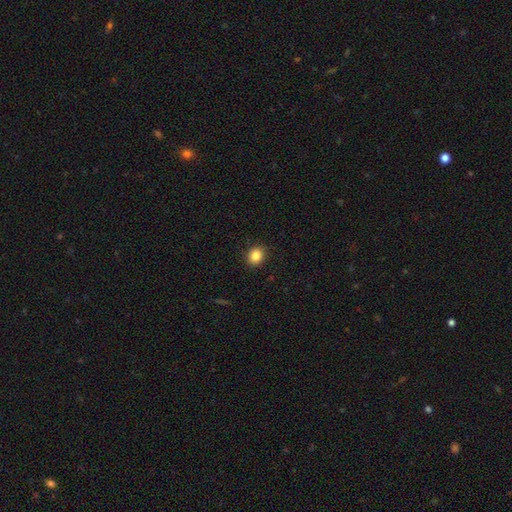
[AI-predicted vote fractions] Smooth or featured?
  - smooth: 85% *
  - star or artifact: 10%
  - featured or disk: 5%
How rounded?
  - round: 71% *
  - in between: 28%
  - cigar-shaped: 1%
Merging?
  - none: 90% *
  - minor disturbance: 7%
  - major disturbance: 2%
  - merger: 1%